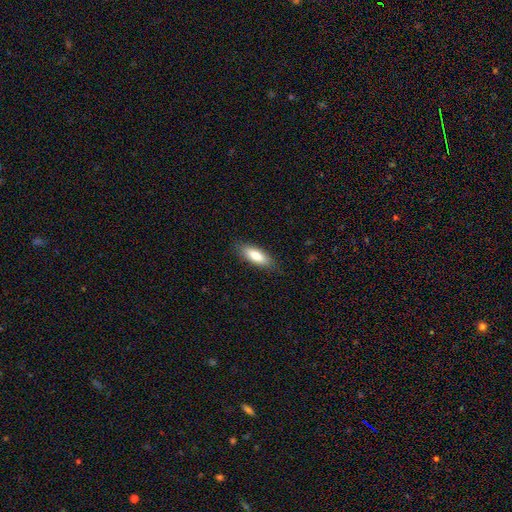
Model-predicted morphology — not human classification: This is clearly a smooth galaxy (82%). How rounded: likely in between (68%). Merging: clearly none (85%).